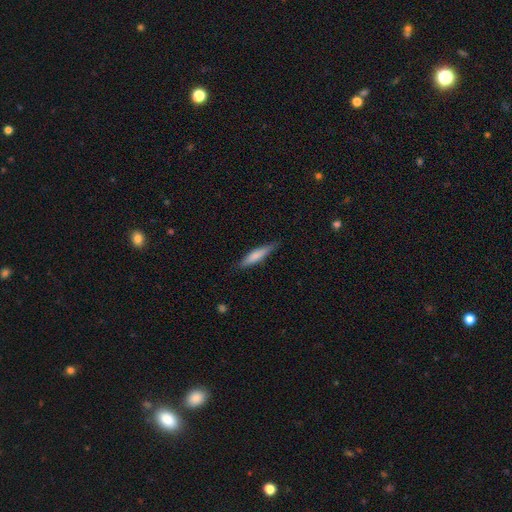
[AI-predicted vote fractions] Q: Smooth or featured?
A: smooth (74%); runner-up: featured or disk (20%)
Q: How rounded?
A: cigar-shaped (84%); runner-up: in between (15%)
Q: Merging?
A: none (83%); runner-up: minor disturbance (14%)